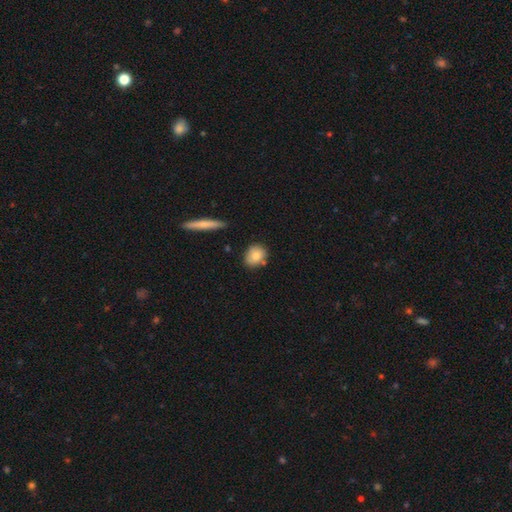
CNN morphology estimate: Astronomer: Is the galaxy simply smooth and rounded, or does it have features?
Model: smooth — 81%.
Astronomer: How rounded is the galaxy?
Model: round — 49% (runner-up: in between, 48%).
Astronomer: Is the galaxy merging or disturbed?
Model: none — 76%.